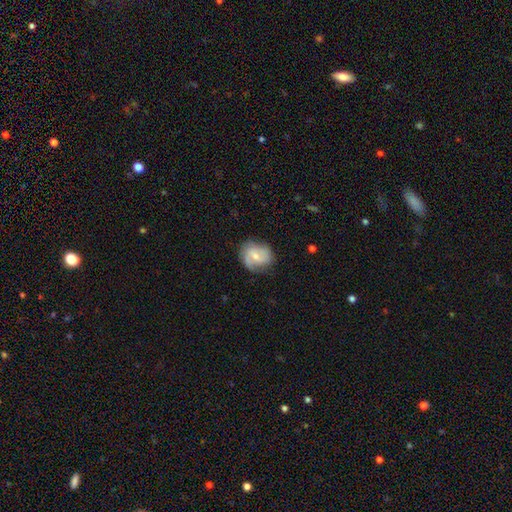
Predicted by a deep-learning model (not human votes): smooth_or_featured: featured or disk (p=0.58) [alt: smooth p=0.35]
disk_edge_on: no (p=0.97) [alt: yes p=0.03]
bar: weak (p=0.50) [alt: no p=0.37]
has_spiral_arms: yes (p=0.87) [alt: no p=0.13]
bulge_size: small (p=0.50) [alt: moderate p=0.42]
merging: none (p=0.67) [alt: minor disturbance p=0.23]